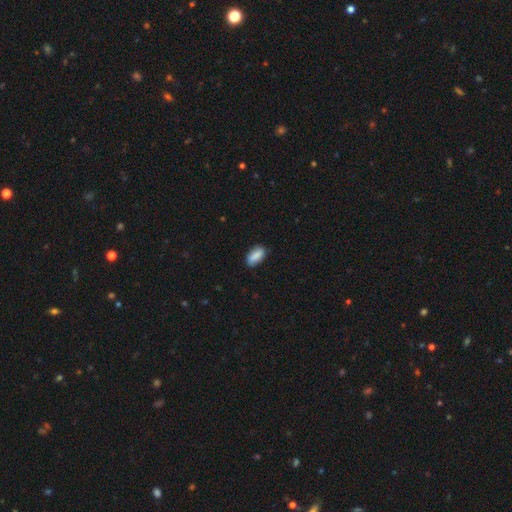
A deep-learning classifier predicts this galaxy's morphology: type=smooth (87%); roundness=in between (88%); merging=none (82%).